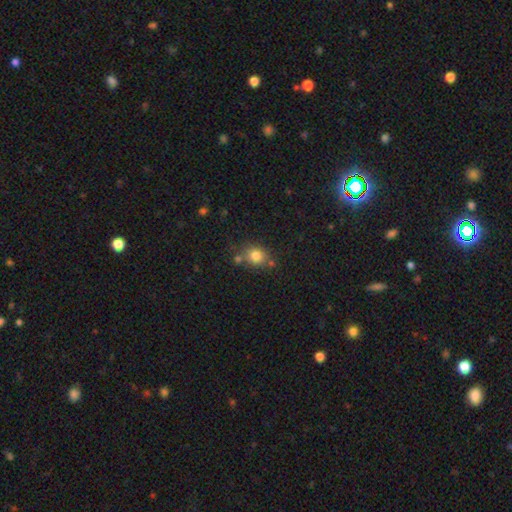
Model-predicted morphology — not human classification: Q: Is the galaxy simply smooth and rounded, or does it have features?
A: smooth — 80%.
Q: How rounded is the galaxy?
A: round — 67%.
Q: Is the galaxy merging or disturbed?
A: none — 69%.